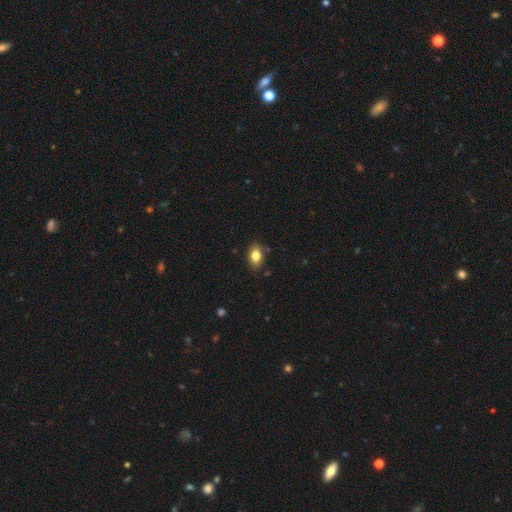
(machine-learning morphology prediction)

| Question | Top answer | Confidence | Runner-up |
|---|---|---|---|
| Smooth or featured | smooth | 82% | featured or disk (9%) |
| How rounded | in between | 86% | round (13%) |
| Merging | none | 82% | minor disturbance (13%) |